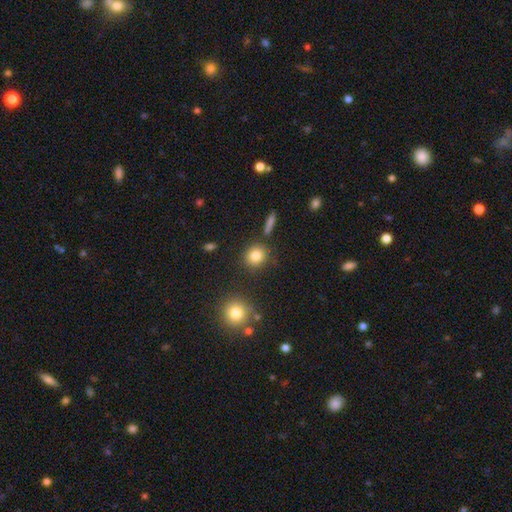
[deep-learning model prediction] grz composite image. It shows a smooth galaxy with no disk features (82%) that is round (79%). Merging: none (83%).